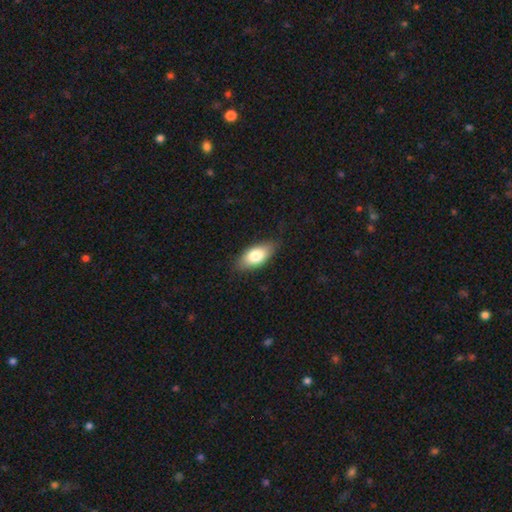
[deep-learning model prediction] Smooth or featured: smooth — 78% (featured or disk — 15%)
How rounded: in between — 90% (cigar-shaped — 7%)
Merging: none — 79% (minor disturbance — 17%)